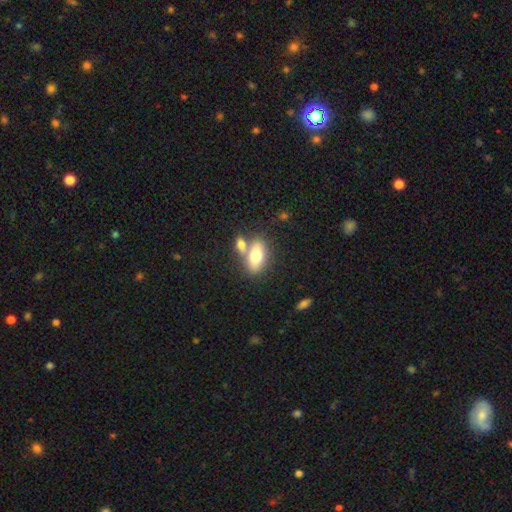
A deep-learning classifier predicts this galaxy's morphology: smooth-or-featured: smooth: 72% | featured or disk: 21% | star or artifact: 7%
  how-rounded: in between: 86% | cigar-shaped: 8% | round: 6%
  merging: none: 46% | merger: 40% | minor disturbance: 10% | major disturbance: 4%